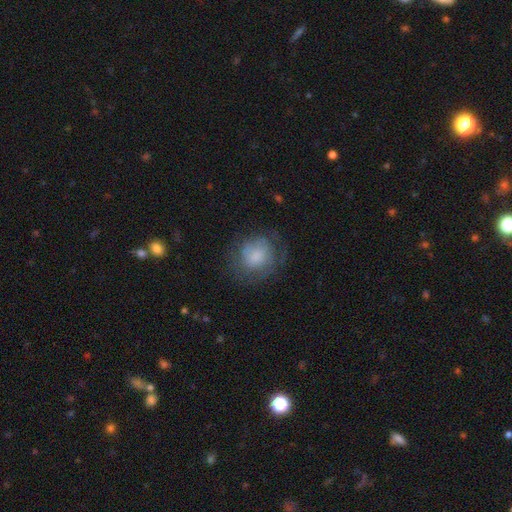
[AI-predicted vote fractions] A smooth galaxy with no disk features (62%) that is round (76%).

Vote fractions:
- Smooth or featured? smooth: 62% / featured or disk: 29% / star or artifact: 9%
- How rounded? round: 76% / in between: 23% / cigar-shaped: 1%
- Merging? none: 60% / minor disturbance: 22% / major disturbance: 16% / merger: 1%